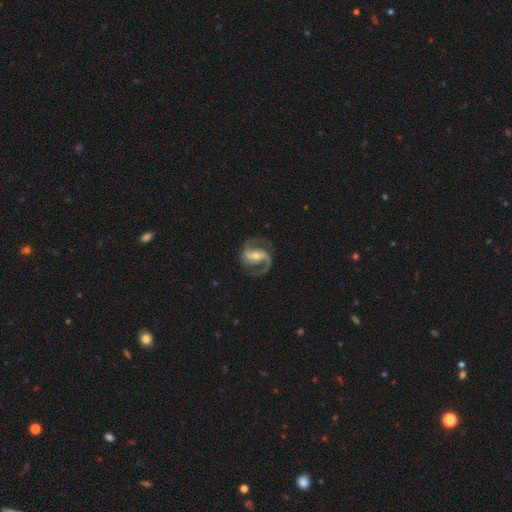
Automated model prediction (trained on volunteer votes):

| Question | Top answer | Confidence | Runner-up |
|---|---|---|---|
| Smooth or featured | featured or disk | 91% | smooth (5%) |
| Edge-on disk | no | 97% | yes (3%) |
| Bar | strong | 52% | weak (34%) |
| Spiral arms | yes | 97% | no (3%) |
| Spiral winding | medium | 59% | tight (21%) |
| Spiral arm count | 2 | 90% | 1 (4%) |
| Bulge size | moderate | 50% | small (45%) |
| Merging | none | 79% | minor disturbance (12%) |